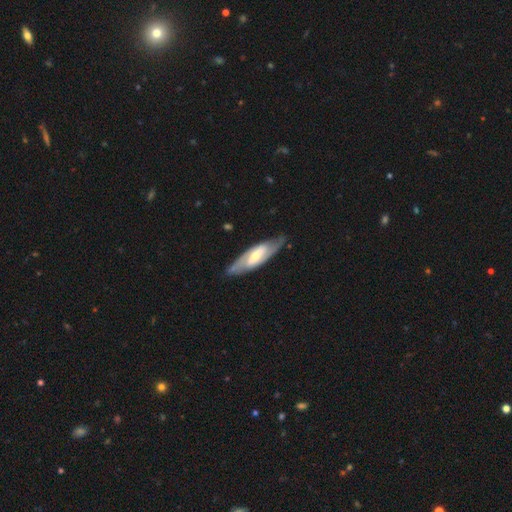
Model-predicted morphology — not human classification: featured or disk 74%, smooth 21%, star or artifact 4%. Down the decision tree: edge-on disk — no (81%); bar — strong (48%); spiral arms — yes (83%); bulge size — moderate (54%); merging — none (79%).